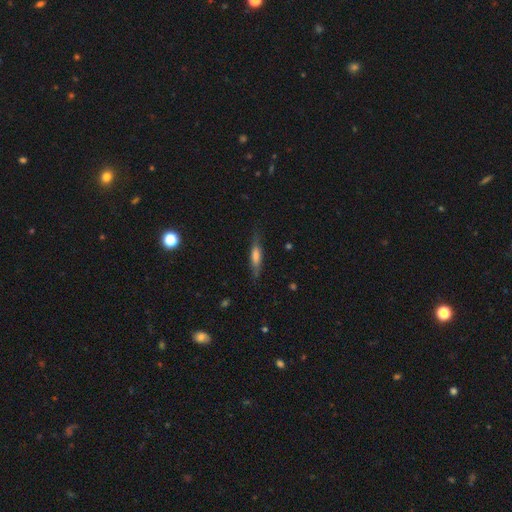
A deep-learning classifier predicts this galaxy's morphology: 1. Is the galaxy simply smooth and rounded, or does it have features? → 56% smooth, 36% featured or disk, 7% star or artifact.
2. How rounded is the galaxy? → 76% cigar-shaped, 22% in between, 2% round.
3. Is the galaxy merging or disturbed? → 77% none, 17% minor disturbance, 4% major disturbance, 2% merger.